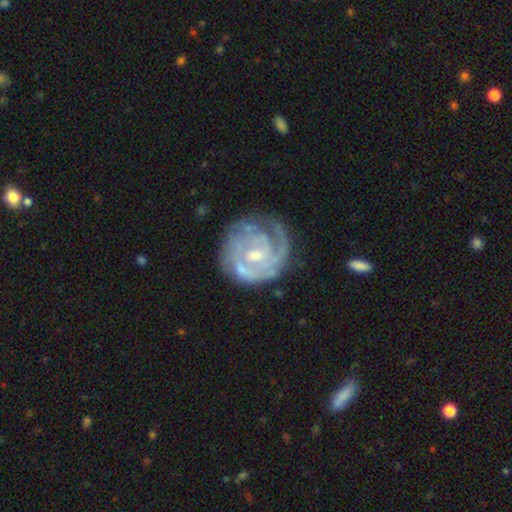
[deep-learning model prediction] Smooth or featured: featured or disk — 84% (smooth — 11%)
Edge-on disk: no — 98% (yes — 2%)
Bar: no — 49% (weak — 42%)
Spiral arms: yes — 91% (no — 9%)
Spiral winding: tight — 69% (medium — 24%)
Spiral arm count: can't tell — 33% (2 — 26%)
Bulge size: moderate — 47% (small — 46%)
Merging: none — 61% (minor disturbance — 21%)